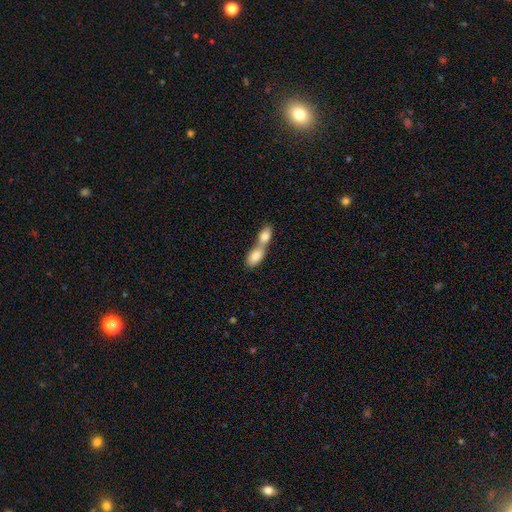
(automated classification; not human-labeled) A smooth galaxy with no disk features (81%) that is in between round and cigar-shaped (85%).

Vote fractions:
- Smooth or featured? smooth: 81% / featured or disk: 12% / star or artifact: 6%
- How rounded? in between: 85% / cigar-shaped: 7% / round: 7%
- Merging? merger: 79% / none: 14% / minor disturbance: 4% / major disturbance: 3%